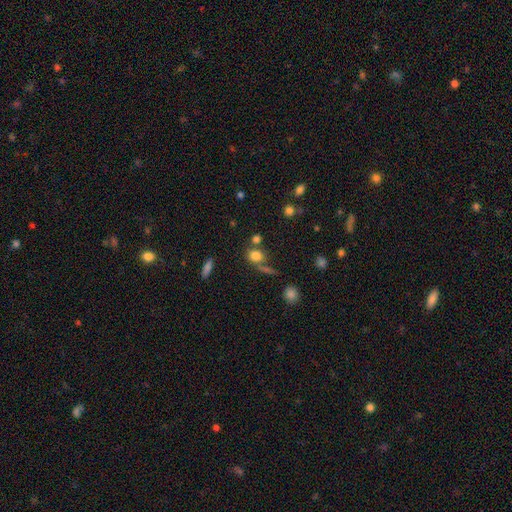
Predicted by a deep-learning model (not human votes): Morphology: type=smooth (79%); roundness=round (61%); merging=none (54%).